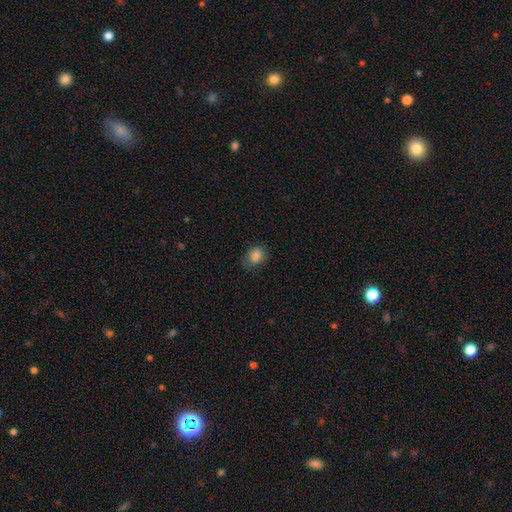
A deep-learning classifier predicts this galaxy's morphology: Smooth or featured?
  - smooth: 85% *
  - star or artifact: 11%
  - featured or disk: 4%
How rounded?
  - round: 53% *
  - in between: 46%
  - cigar-shaped: 1%
Merging?
  - none: 76% *
  - minor disturbance: 18%
  - major disturbance: 5%
  - merger: 1%